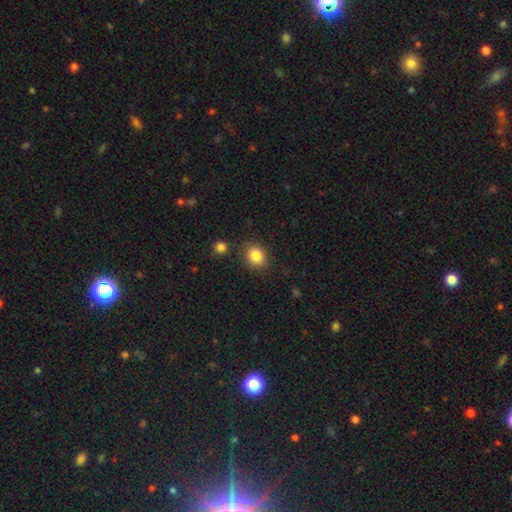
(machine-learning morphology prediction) A smooth galaxy with no disk features (85%) that is round (67%). Merging: none (82%).